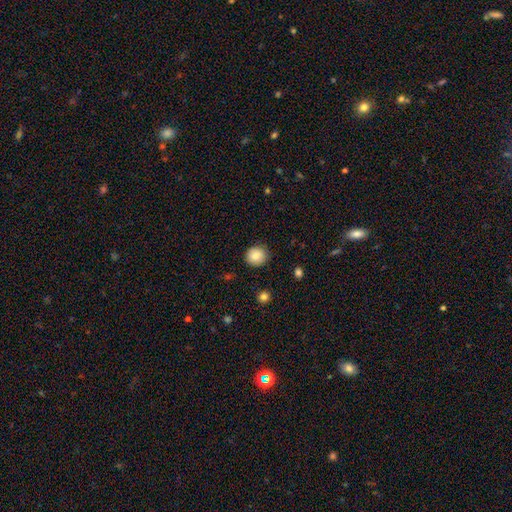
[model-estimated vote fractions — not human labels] smooth 86%, star or artifact 9%, featured or disk 5%. Down the decision tree: how rounded — round (84%); merging — none (86%).